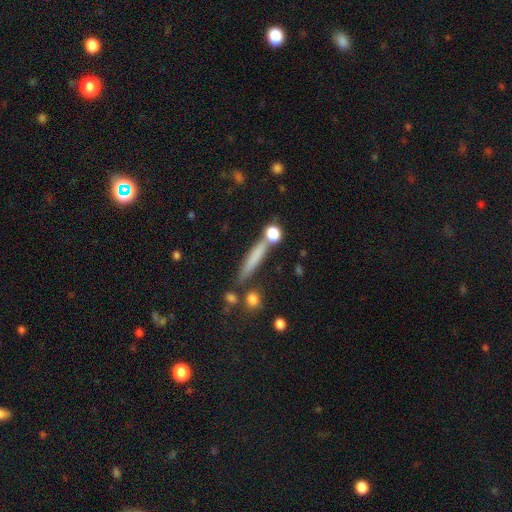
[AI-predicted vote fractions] A smooth galaxy with no disk features (65%) that is cigar-shaped (88%).

Vote fractions:
- Smooth or featured? smooth: 65% / featured or disk: 25% / star or artifact: 10%
- How rounded? cigar-shaped: 88% / in between: 9% / round: 4%
- Merging? none: 70% / minor disturbance: 14% / merger: 11% / major disturbance: 5%